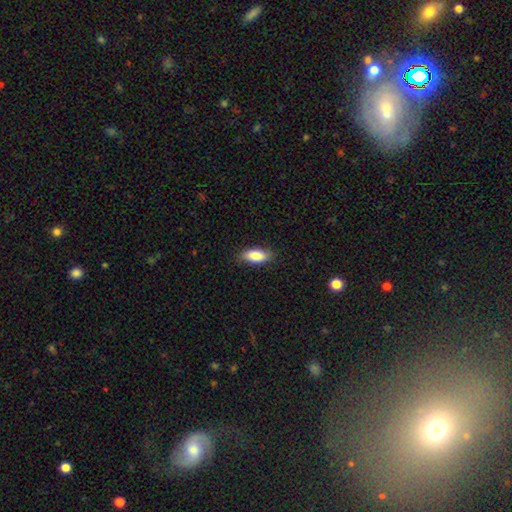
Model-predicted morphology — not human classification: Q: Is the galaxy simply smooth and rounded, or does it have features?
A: smooth — 85%.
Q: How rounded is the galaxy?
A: in between — 84%.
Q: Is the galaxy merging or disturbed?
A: none — 84%.